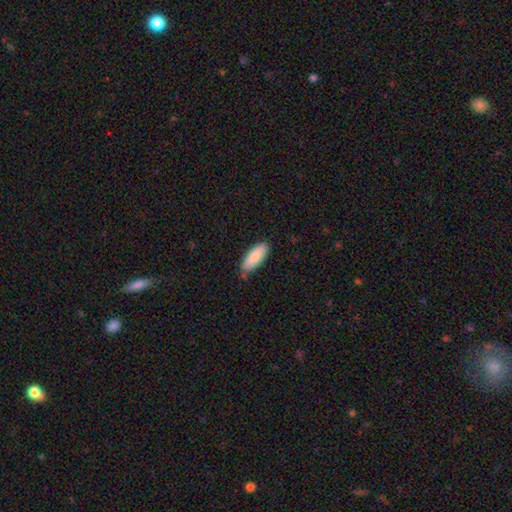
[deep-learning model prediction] Smooth or featured?
  - smooth: 88% *
  - featured or disk: 7%
  - star or artifact: 6%
How rounded?
  - in between: 76% *
  - cigar-shaped: 23%
  - round: 2%
Merging?
  - none: 80% *
  - minor disturbance: 16%
  - major disturbance: 2%
  - merger: 2%